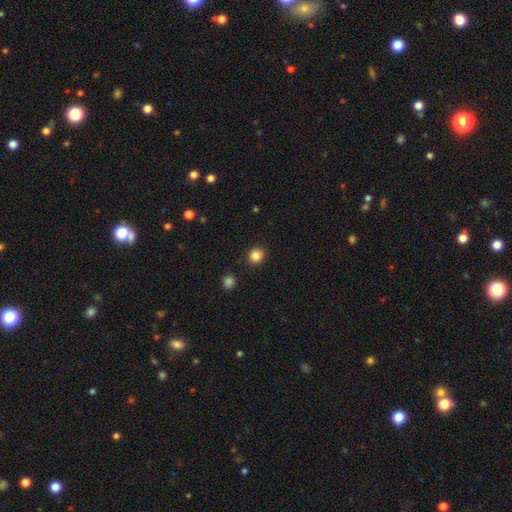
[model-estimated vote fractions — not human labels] This is clearly a smooth galaxy (85%). How rounded: clearly round (91%). Merging: clearly none (91%).